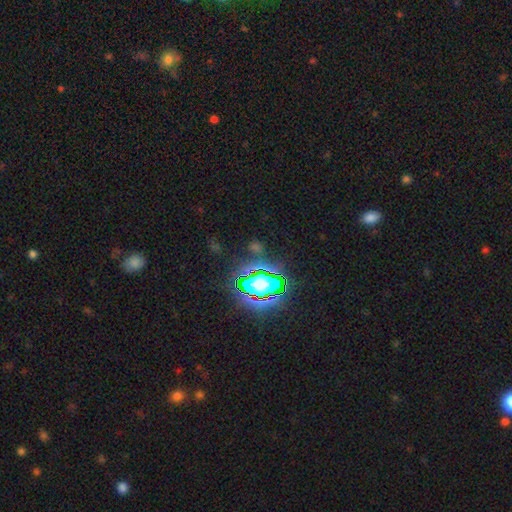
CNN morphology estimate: Smooth or featured? star or artifact (76%)